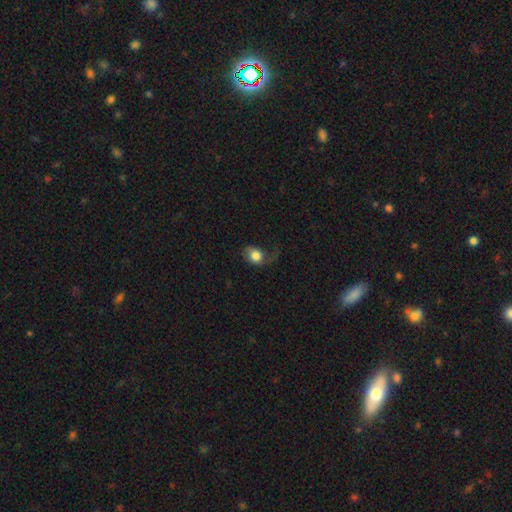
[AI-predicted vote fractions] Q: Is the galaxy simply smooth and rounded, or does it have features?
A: smooth — 70%.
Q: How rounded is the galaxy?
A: round — 50%.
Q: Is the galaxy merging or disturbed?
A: major disturbance — 42%.